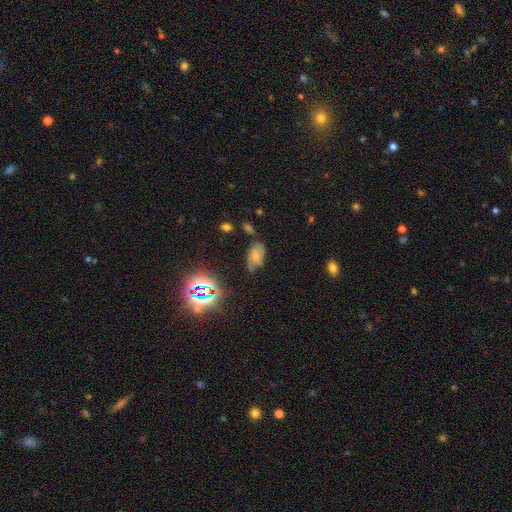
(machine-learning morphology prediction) smooth_or_featured: star or artifact (p=0.47) [alt: smooth p=0.28]